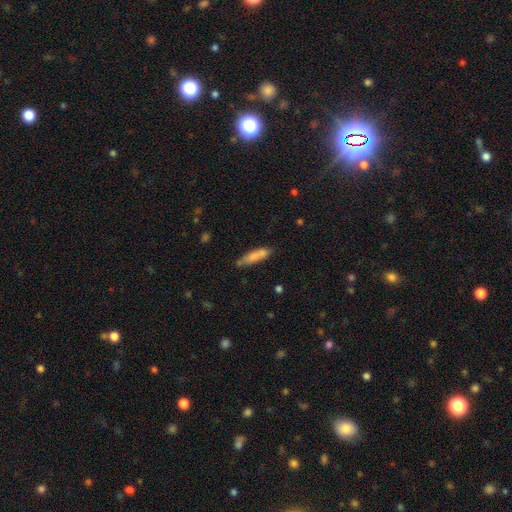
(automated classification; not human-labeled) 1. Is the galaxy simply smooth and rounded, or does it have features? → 72% smooth, 22% featured or disk, 7% star or artifact.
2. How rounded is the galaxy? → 67% cigar-shaped, 31% in between, 2% round.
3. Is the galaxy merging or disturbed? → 65% none, 19% minor disturbance, 11% merger, 5% major disturbance.